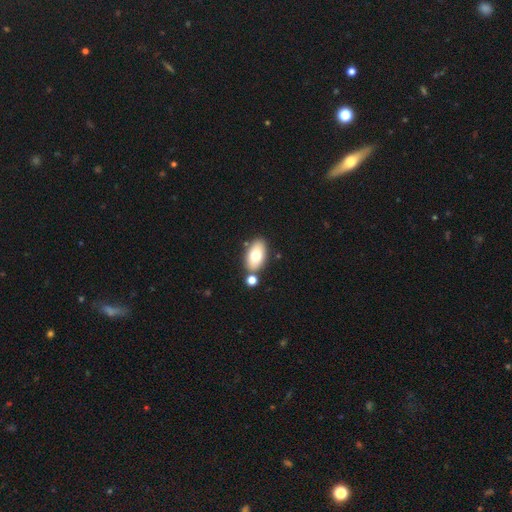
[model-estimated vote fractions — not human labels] A smooth galaxy with no disk features (73%) that is in between round and cigar-shaped (92%). Merging: none (74%).